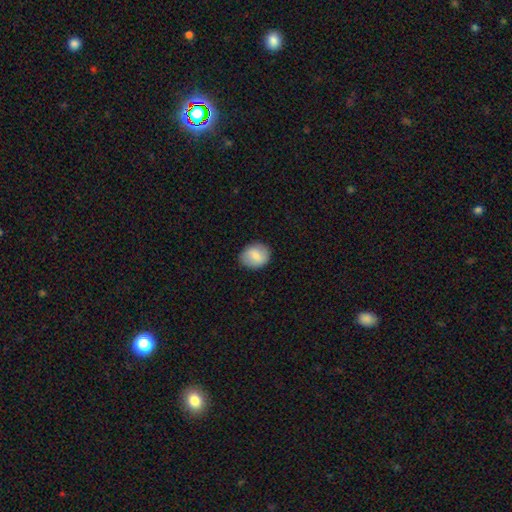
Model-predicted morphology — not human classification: Overall: smooth (78%). How rounded: round (56%; in between 43%). Merging: none (86%).